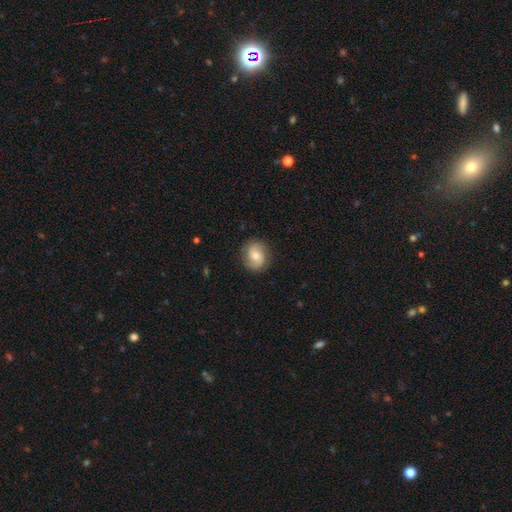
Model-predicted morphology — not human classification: Q: Smooth or featured?
A: smooth (54%); runner-up: featured or disk (38%)
Q: How rounded?
A: round (69%); runner-up: in between (30%)
Q: Merging?
A: none (84%); runner-up: minor disturbance (12%)